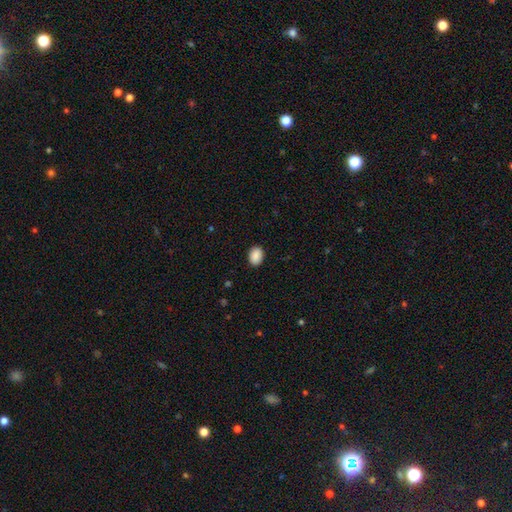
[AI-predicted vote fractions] Q: Smooth or featured?
A: smooth (90%); runner-up: star or artifact (7%)
Q: How rounded?
A: in between (76%); runner-up: round (23%)
Q: Merging?
A: none (90%); runner-up: minor disturbance (8%)